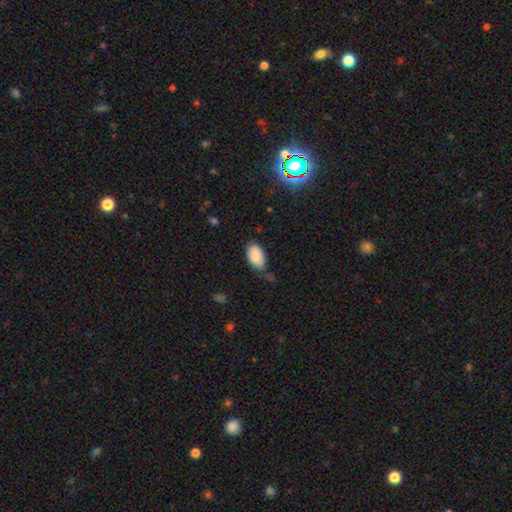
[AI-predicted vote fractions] A smooth galaxy with no disk features (87%) that is in between round and cigar-shaped (95%). Merging: none (63%).